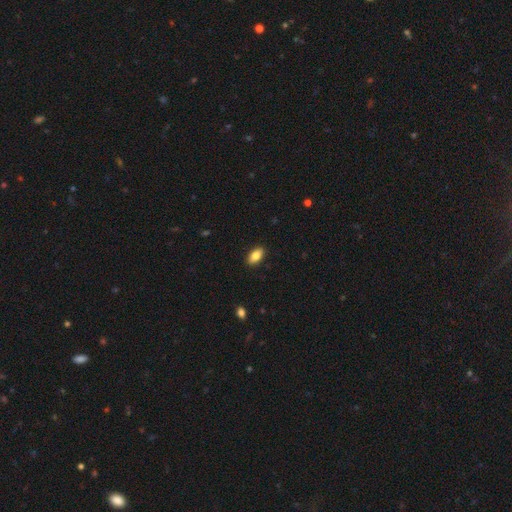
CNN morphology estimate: This is clearly a smooth galaxy (83%). How rounded: clearly in between (91%). Merging: clearly none (90%).